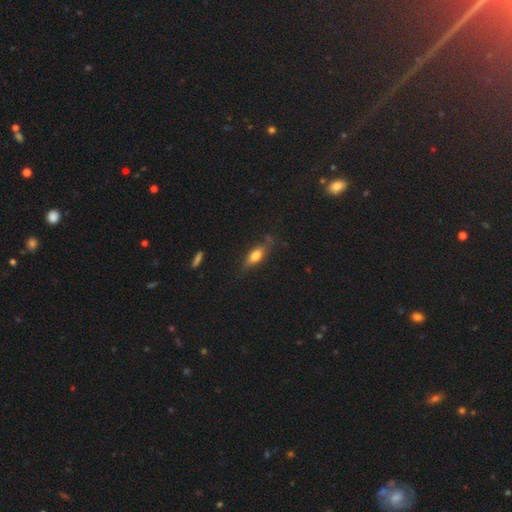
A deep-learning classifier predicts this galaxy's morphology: Smooth or featured: smooth — 62% (featured or disk — 30%)
How rounded: in between — 61% (cigar-shaped — 35%)
Merging: none — 71% (minor disturbance — 21%)